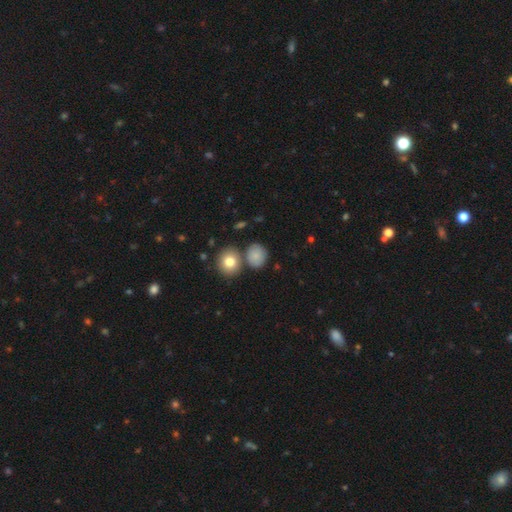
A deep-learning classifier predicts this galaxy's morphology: type=smooth (82%); roundness=round (64%); merging=none (68%).